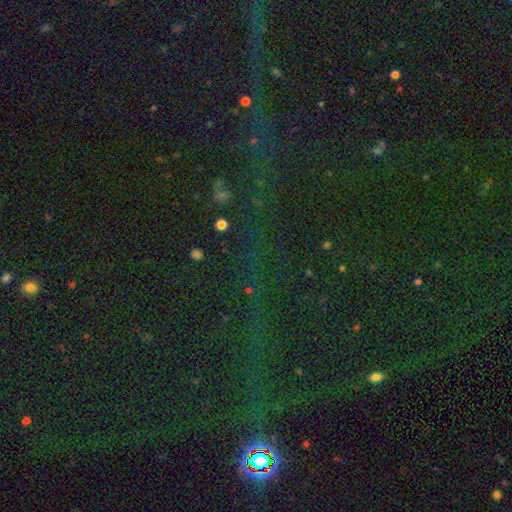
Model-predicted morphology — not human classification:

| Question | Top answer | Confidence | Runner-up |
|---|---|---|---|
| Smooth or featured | star or artifact | 83% | smooth (9%) |